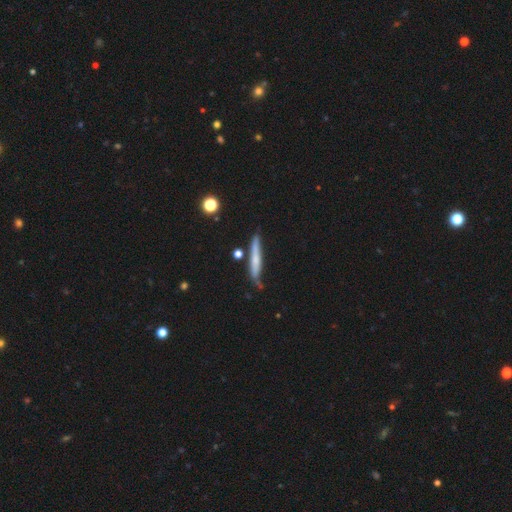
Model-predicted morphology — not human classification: Smooth or featured?
  - smooth: 51% *
  - featured or disk: 42%
  - star or artifact: 7%
How rounded?
  - cigar-shaped: 93% *
  - in between: 5%
  - round: 2%
Merging?
  - none: 70% *
  - minor disturbance: 21%
  - merger: 5%
  - major disturbance: 4%